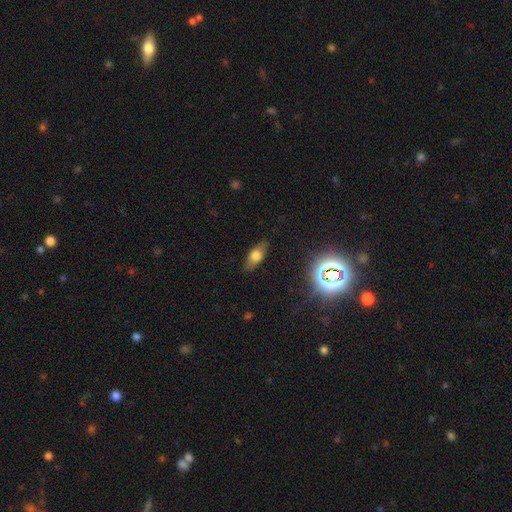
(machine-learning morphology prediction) Smooth or featured?
  - smooth: 64% *
  - featured or disk: 24%
  - star or artifact: 11%
How rounded?
  - in between: 80% *
  - cigar-shaped: 14%
  - round: 6%
Merging?
  - none: 83% *
  - minor disturbance: 13%
  - major disturbance: 3%
  - merger: 1%